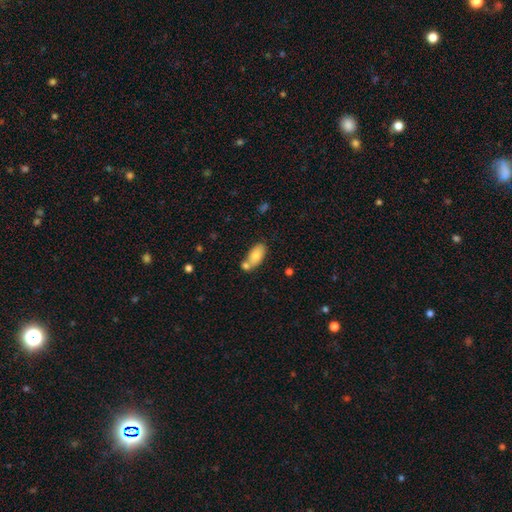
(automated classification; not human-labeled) A smooth galaxy with no disk features (79%) that is in between round and cigar-shaped (90%). Merging: none (49%).